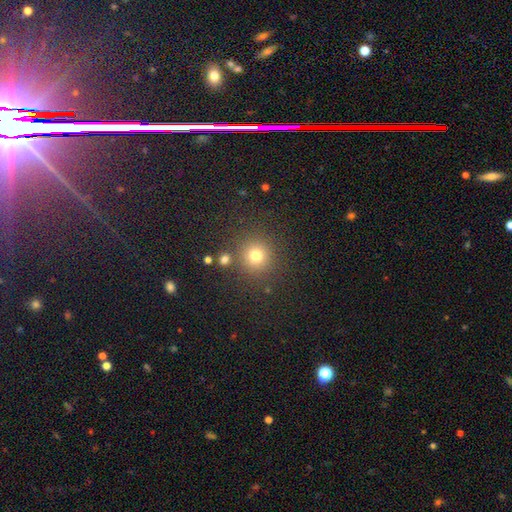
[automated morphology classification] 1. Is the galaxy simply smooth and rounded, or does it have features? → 77% smooth, 17% star or artifact, 6% featured or disk.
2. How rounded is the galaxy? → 92% round, 7% in between, 1% cigar-shaped.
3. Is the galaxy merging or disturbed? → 83% none, 8% minor disturbance, 5% merger, 4% major disturbance.